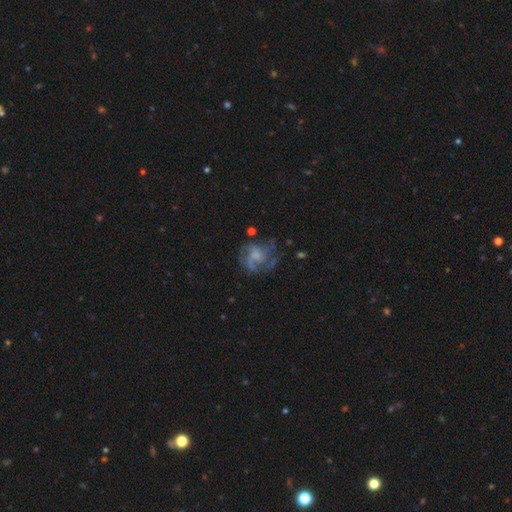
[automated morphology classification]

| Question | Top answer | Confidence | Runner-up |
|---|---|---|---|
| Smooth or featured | featured or disk | 68% | smooth (22%) |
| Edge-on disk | no | 98% | yes (2%) |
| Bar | no | 70% | weak (26%) |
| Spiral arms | yes | 78% | no (22%) |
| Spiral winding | medium | 45% | tight (30%) |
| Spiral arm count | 3 | 31% | can't tell (30%) |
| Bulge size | small | 33% | moderate (30%) |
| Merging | none | 56% | major disturbance (22%) |